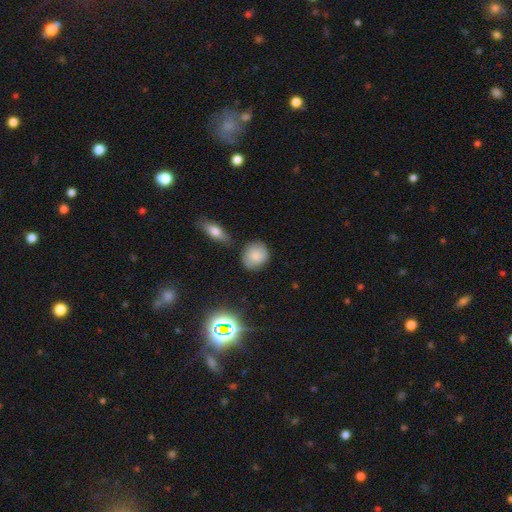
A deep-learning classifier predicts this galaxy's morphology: Smooth or featured? Predicted: smooth (p=0.70). How rounded? Predicted: round (p=0.75). Merging? Predicted: none (p=0.72).